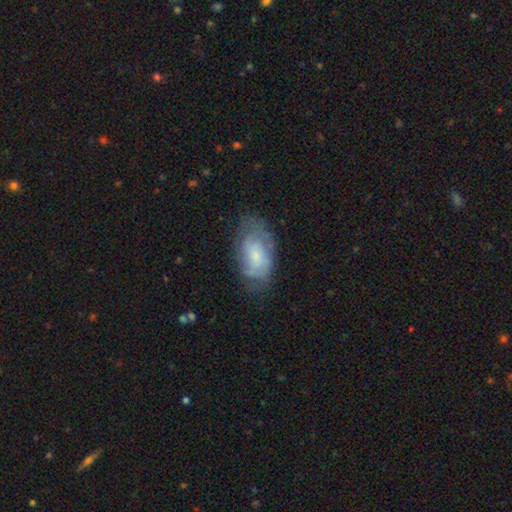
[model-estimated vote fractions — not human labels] smooth_or_featured: featured or disk (p=0.46) [tied with: smooth p=0.46]
merging: none (p=0.61) [alt: minor disturbance p=0.26]